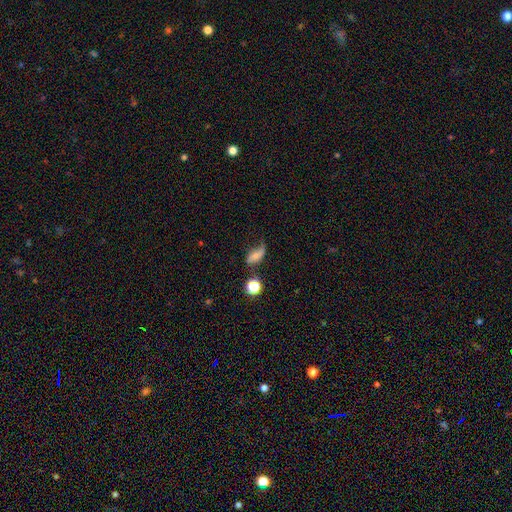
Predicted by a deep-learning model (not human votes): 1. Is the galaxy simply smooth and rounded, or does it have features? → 55% smooth, 32% featured or disk, 13% star or artifact.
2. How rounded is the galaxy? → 78% in between, 12% cigar-shaped, 10% round.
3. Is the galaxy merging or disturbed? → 41% none, 33% minor disturbance, 21% major disturbance, 5% merger.